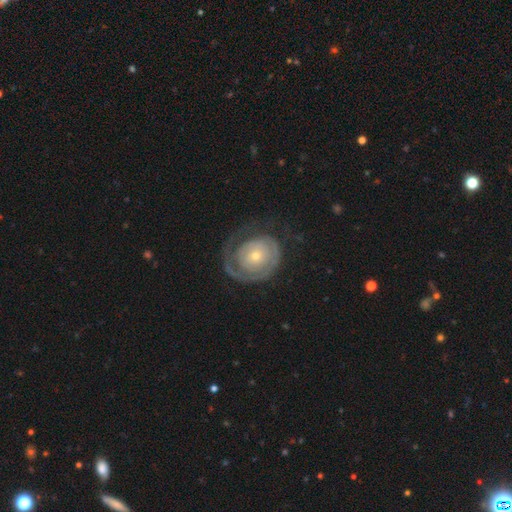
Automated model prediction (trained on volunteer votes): Overall: featured or disk (77%). Edge-on disk: no (97%). Bar: no (81%). Spiral arms: yes (83%). Spiral arm count: 1 (45%; can't tell 25%). Spiral winding: tight (74%). Bulge size: small (65%; moderate 30%). Merging: none (59%; major disturbance 21%).